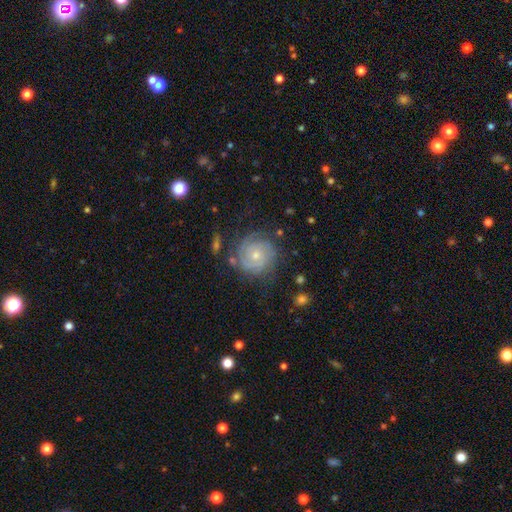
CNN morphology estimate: A featured or disk galaxy (77%) with no bar (77%), 2 (33%) tight (75%) spiral arms (93%) and a small central bulge (61%). Merging: none (73%).